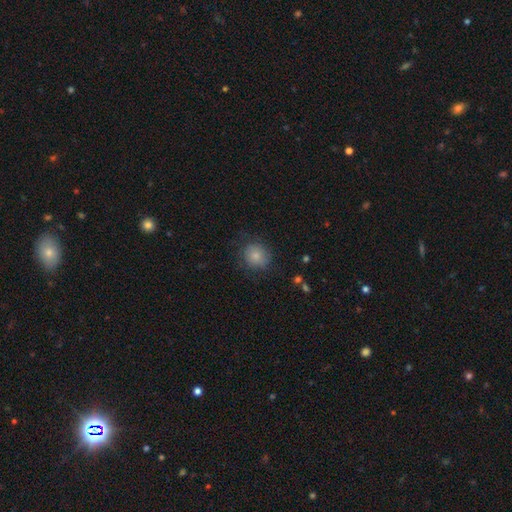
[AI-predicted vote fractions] Smooth or featured? Predicted: smooth (p=0.83). How rounded? Predicted: round (p=0.85). Merging? Predicted: none (p=0.76).